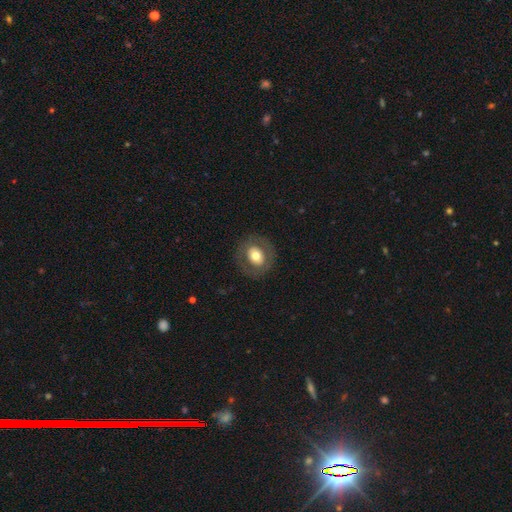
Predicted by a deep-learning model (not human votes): smooth 59%, featured or disk 33%, star or artifact 8%. Down the decision tree: how rounded — round (65%); merging — none (83%).